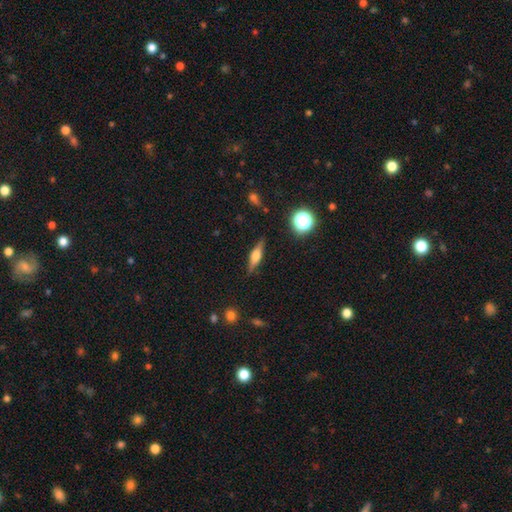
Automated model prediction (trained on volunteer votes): smooth-or-featured: featured or disk: 53% | smooth: 38% | star or artifact: 9%
  disk-edge-on: yes: 95% | no: 5%
  merging: none: 86% | minor disturbance: 10% | major disturbance: 2% | merger: 2%